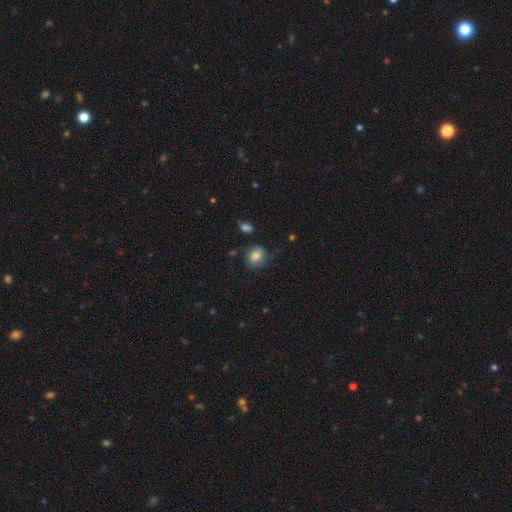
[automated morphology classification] smooth 77%, featured or disk 14%, star or artifact 9%. Down the decision tree: how rounded — round (53%); merging — none (58%).